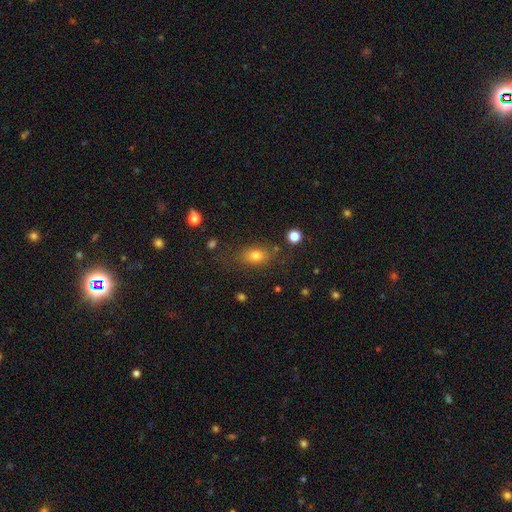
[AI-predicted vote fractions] Smooth or featured? Predicted: smooth (p=0.76). How rounded? Predicted: in between (p=0.76). Merging? Predicted: none (p=0.73).